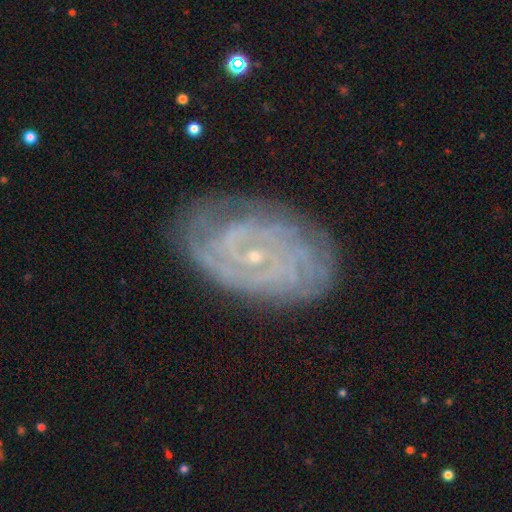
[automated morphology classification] Overall: featured or disk (82%). Edge-on disk: no (96%). Bar: no (67%). Spiral arms: yes (94%). Spiral arm count: can't tell (37%; 2 19%). Spiral winding: tight (76%). Bulge size: small (86%). Merging: none (78%).